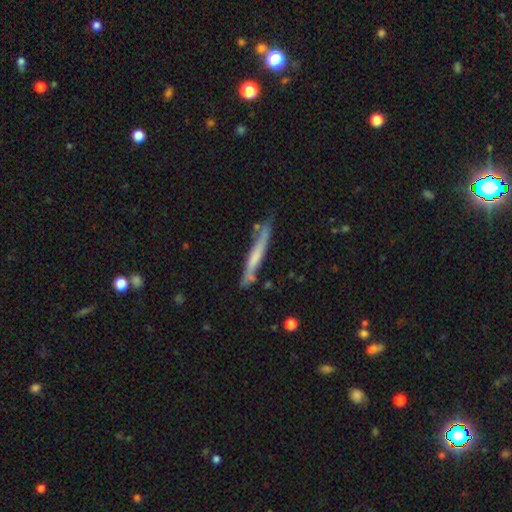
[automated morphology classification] A smooth galaxy with no disk features (50%) that is cigar-shaped (96%). Merging: none (72%).